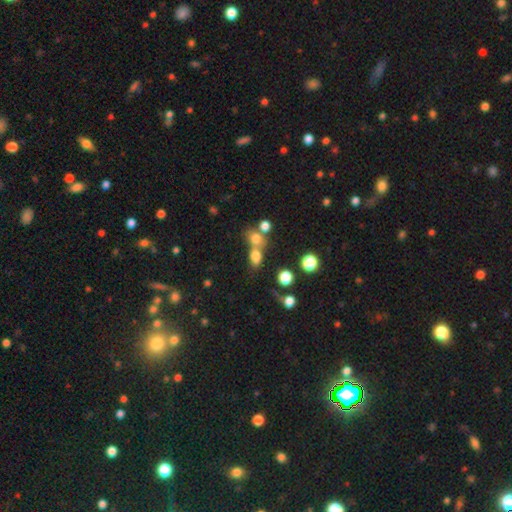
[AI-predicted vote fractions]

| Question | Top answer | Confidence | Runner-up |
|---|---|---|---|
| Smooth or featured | smooth | 73% | star or artifact (16%) |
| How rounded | in between | 56% | round (41%) |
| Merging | merger | 44% | none (40%) |